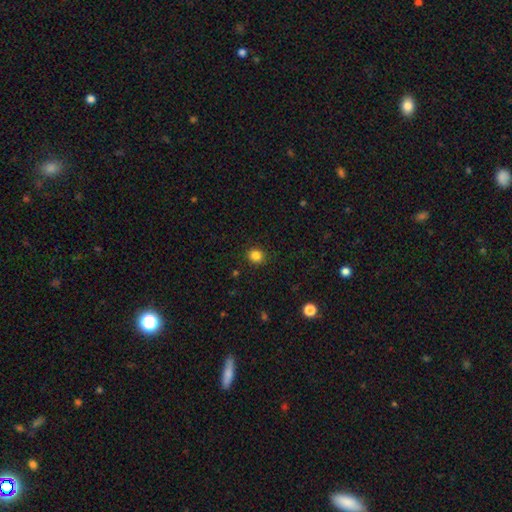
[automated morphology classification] smooth_or_featured: smooth (p=0.85) [alt: star or artifact p=0.12]
how_rounded: round (p=0.80) [alt: in between p=0.19]
merging: none (p=0.89) [alt: minor disturbance p=0.07]